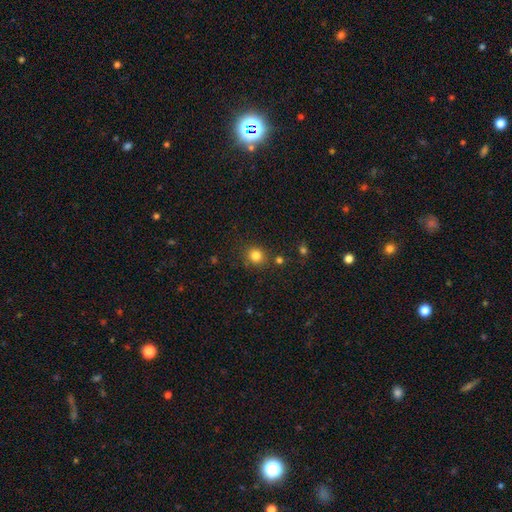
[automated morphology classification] This appears to be a smooth galaxy with no disk features (81%) that is round (87%). Merging: none (84%).